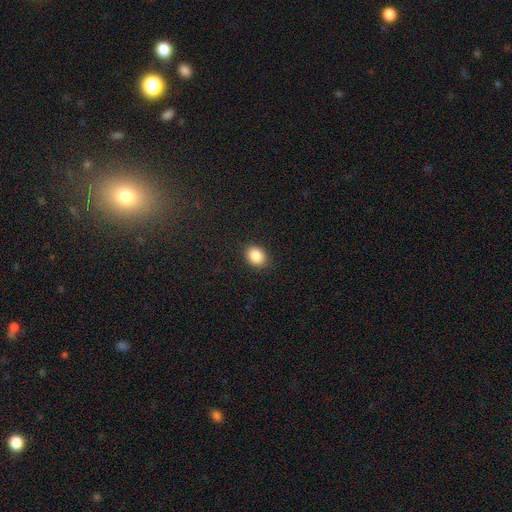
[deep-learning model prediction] Morphology: type=smooth (87%); roundness=in between (52%); merging=none (89%).